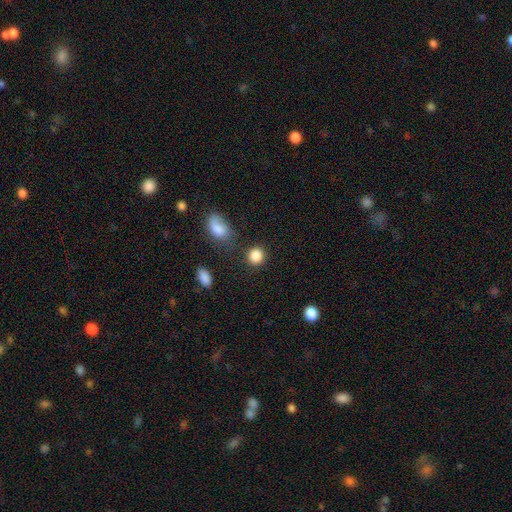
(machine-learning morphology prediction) A smooth galaxy with no disk features (87%) that is round (85%). Merging: none (81%).